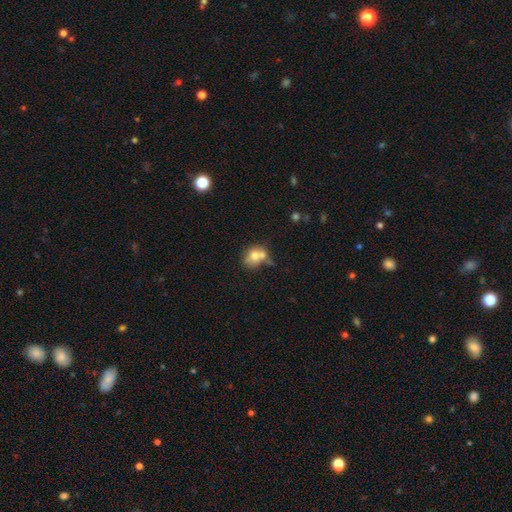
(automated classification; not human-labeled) This is likely a smooth galaxy (68%). How rounded: possibly round (53%). Merging: marginally merger (45%).